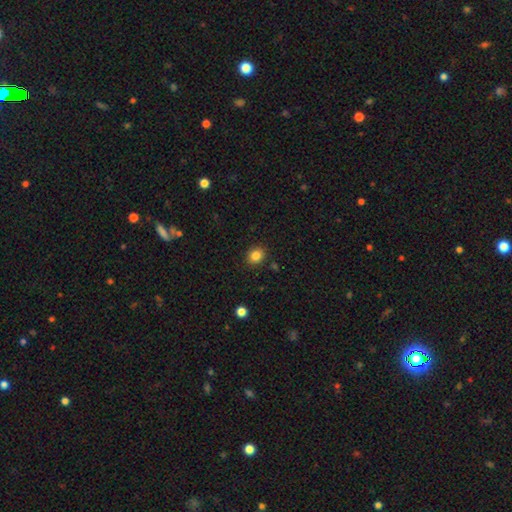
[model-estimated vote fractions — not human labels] This appears to be a smooth galaxy with no disk features (85%) that is round (68%). Merging: none (88%).